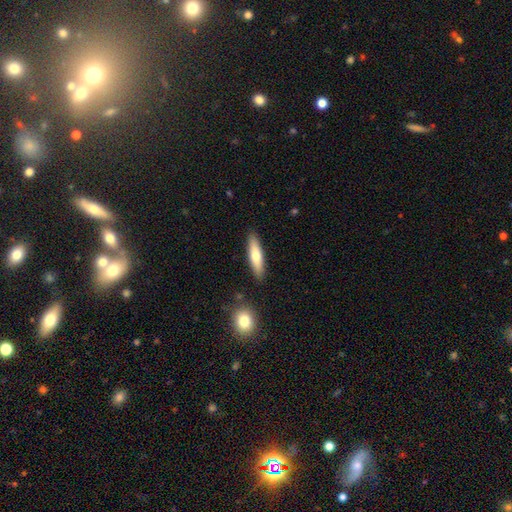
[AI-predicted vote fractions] This appears to be a smooth galaxy with no disk features (66%) that is cigar-shaped (75%). Merging: none (87%).